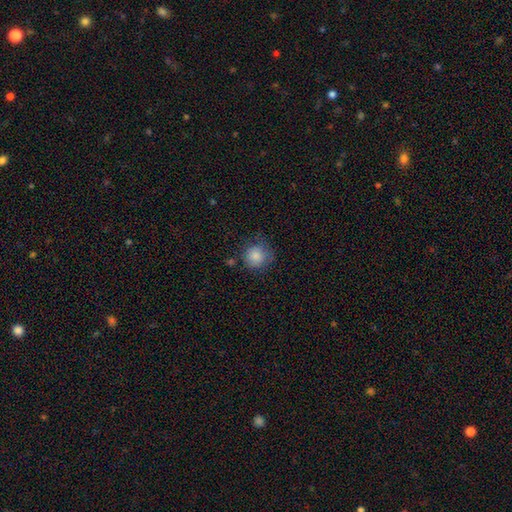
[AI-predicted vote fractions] smooth 85%, star or artifact 9%, featured or disk 7%. Down the decision tree: how rounded — round (90%); merging — none (70%).